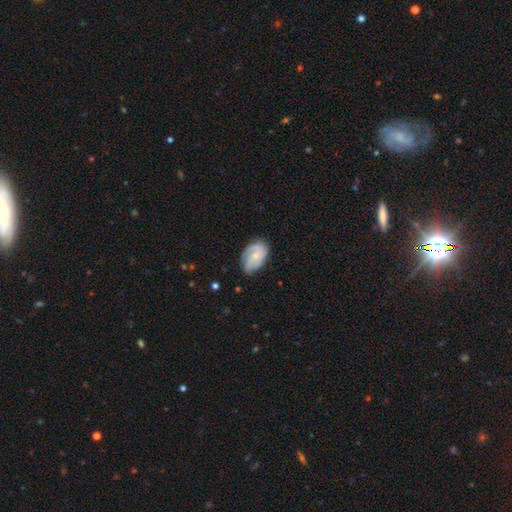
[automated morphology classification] Smooth or featured: featured or disk — 51% (smooth — 42%)
Edge-on disk: no — 96% (yes — 4%)
Merging: none — 62% (minor disturbance — 28%)